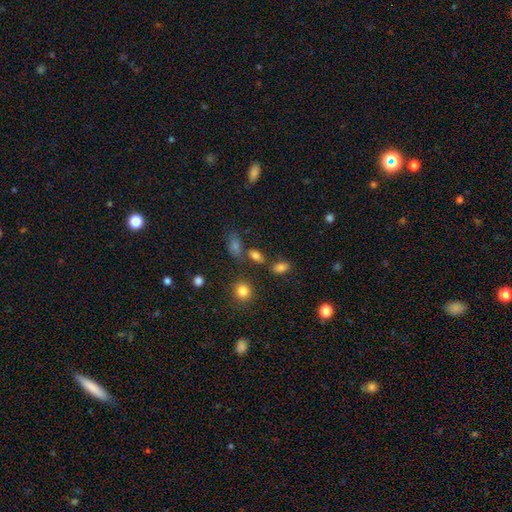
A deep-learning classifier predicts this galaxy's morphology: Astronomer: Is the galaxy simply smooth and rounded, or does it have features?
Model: smooth — 75%.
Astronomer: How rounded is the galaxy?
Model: in between — 81%.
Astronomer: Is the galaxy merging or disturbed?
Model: none — 63%.